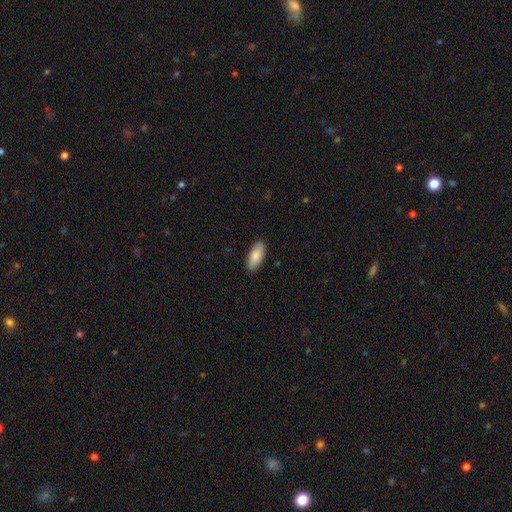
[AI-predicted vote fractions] Smooth or featured? smooth (85%)
How rounded? in between (87%)
Merging? none (88%)